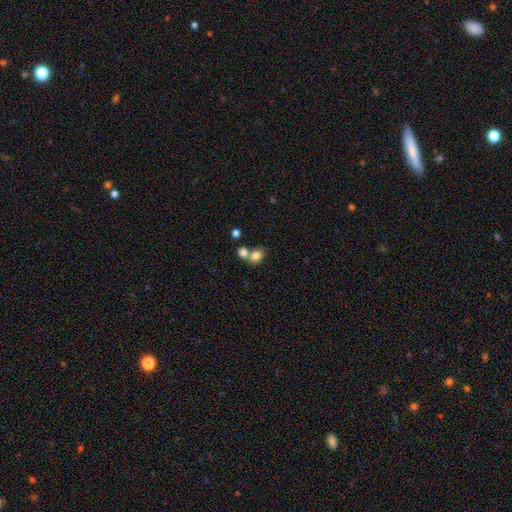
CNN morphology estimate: smooth_or_featured: smooth (p=0.80) [alt: star or artifact p=0.10]
how_rounded: round (p=0.51) [alt: in between p=0.47]
merging: merger (p=0.51) [alt: none p=0.38]